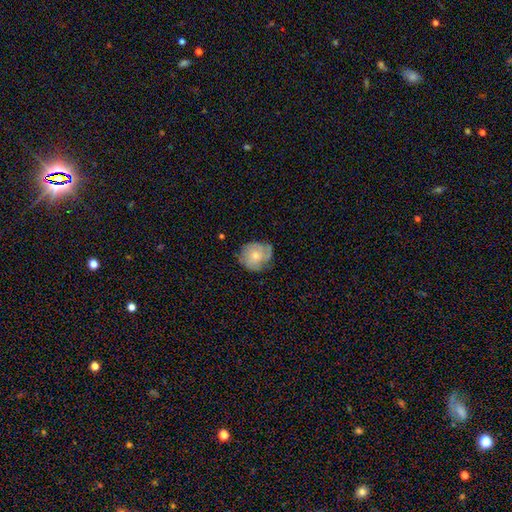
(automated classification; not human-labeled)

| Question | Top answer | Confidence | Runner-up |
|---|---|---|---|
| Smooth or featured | smooth | 55% | featured or disk (37%) |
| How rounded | round | 76% | in between (23%) |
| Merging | none | 61% | minor disturbance (29%) |